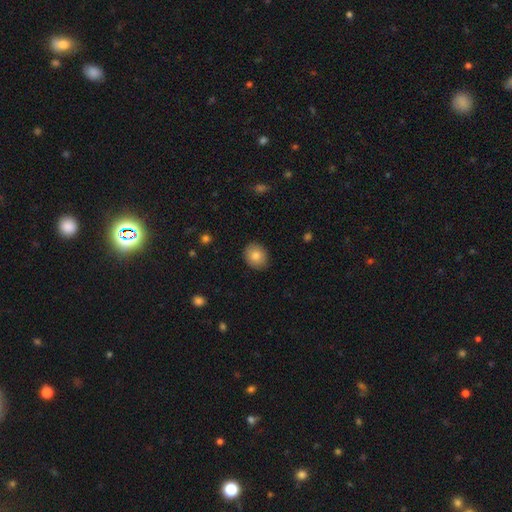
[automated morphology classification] Smooth or featured?
  - smooth: 83% *
  - featured or disk: 9%
  - star or artifact: 8%
How rounded?
  - round: 56% *
  - in between: 43%
  - cigar-shaped: 1%
Merging?
  - none: 88% *
  - minor disturbance: 9%
  - major disturbance: 2%
  - merger: 1%